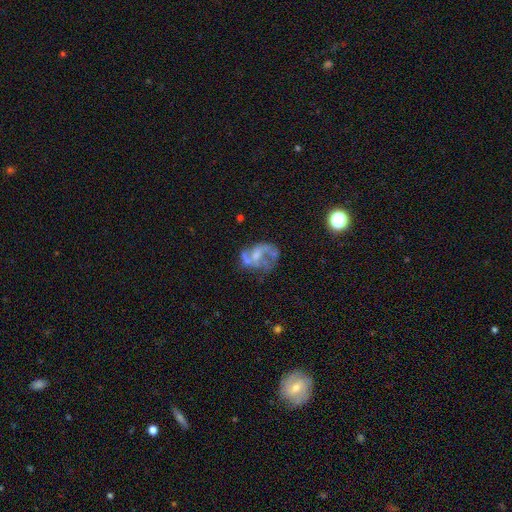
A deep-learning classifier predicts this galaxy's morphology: featured or disk 73%, smooth 17%, star or artifact 11%. Down the decision tree: edge-on disk — no (98%); bar — no (59%); spiral arms — yes (65%); bulge size — small (37%); merging — none (41%).